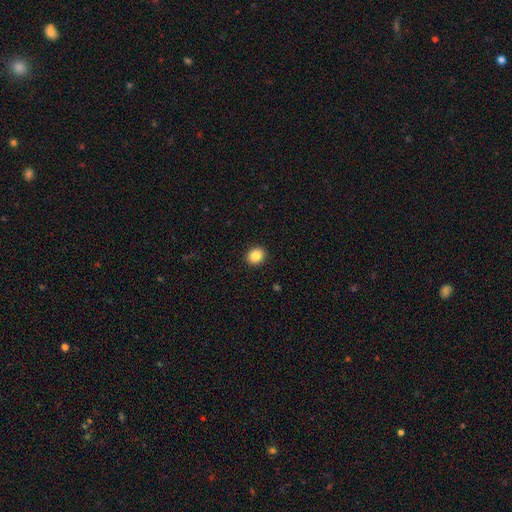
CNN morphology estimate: Smooth or featured?
  - smooth: 86% *
  - star or artifact: 9%
  - featured or disk: 4%
How rounded?
  - round: 70% *
  - in between: 29%
  - cigar-shaped: 1%
Merging?
  - none: 92% *
  - minor disturbance: 6%
  - major disturbance: 2%
  - merger: 1%